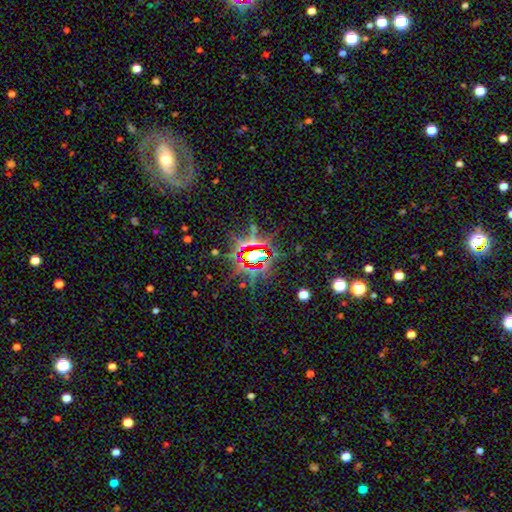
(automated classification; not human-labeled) The model was most divided on "smooth or featured": star or artifact: 73%, featured or disk: 16%, smooth: 11%.